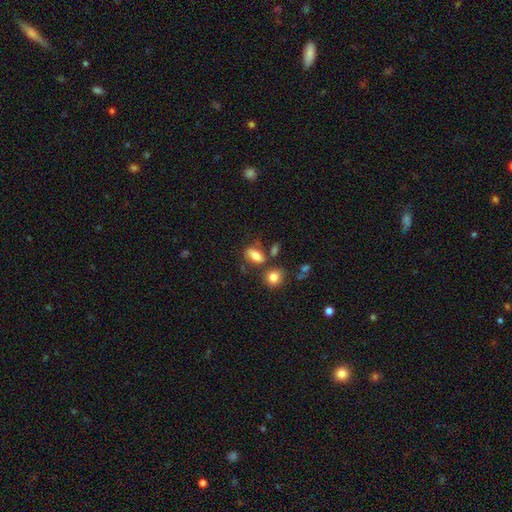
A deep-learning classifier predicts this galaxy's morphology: type=smooth (79%); roundness=in between (82%); merging=none (61%).